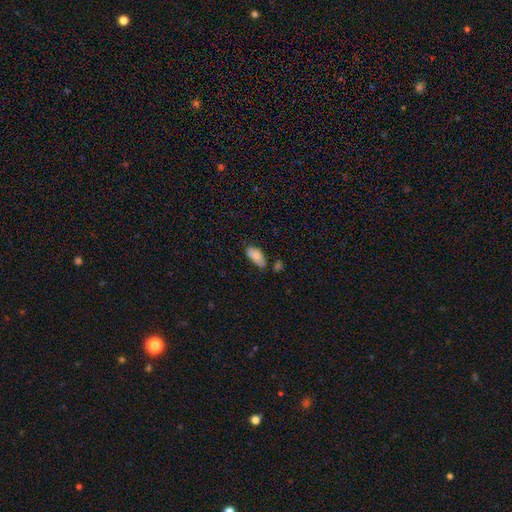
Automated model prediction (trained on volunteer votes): This is clearly a smooth galaxy (82%). How rounded: clearly in between (90%). Merging: likely none (65%).